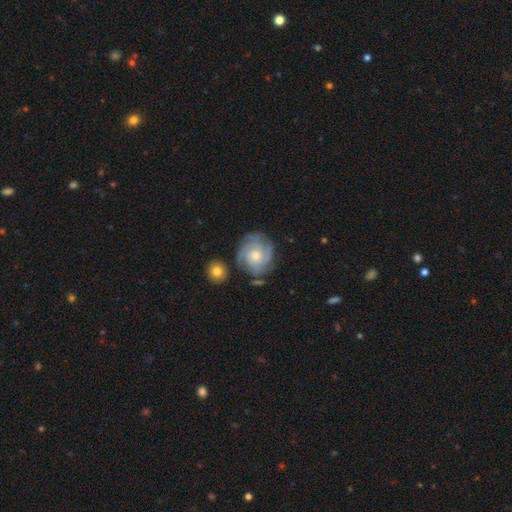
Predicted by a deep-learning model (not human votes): The model was most divided on "bulge size": moderate: 50%, small: 45%, large: 3%, none: 2%, dominant: 1%. Remaining: edge-on disk — no (98%); spiral arms — yes (92%); bar — no (79%); smooth or featured — featured or disk (73%); merging — none (70%); spiral winding — tight (61%); spiral arm count — can't tell (33%).